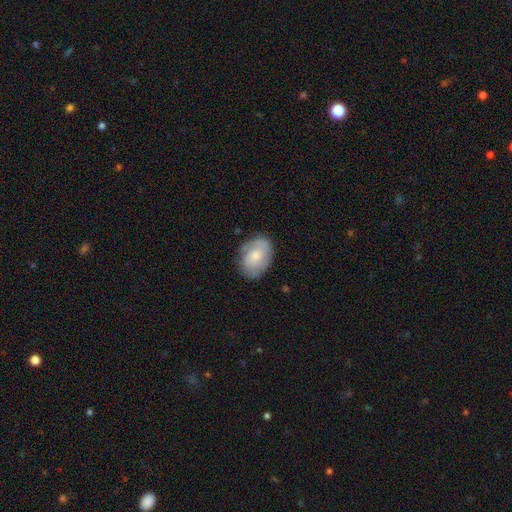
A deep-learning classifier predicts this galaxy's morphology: This is possibly a smooth galaxy (60%). How rounded: likely in between (78%). Merging: likely none (75%).